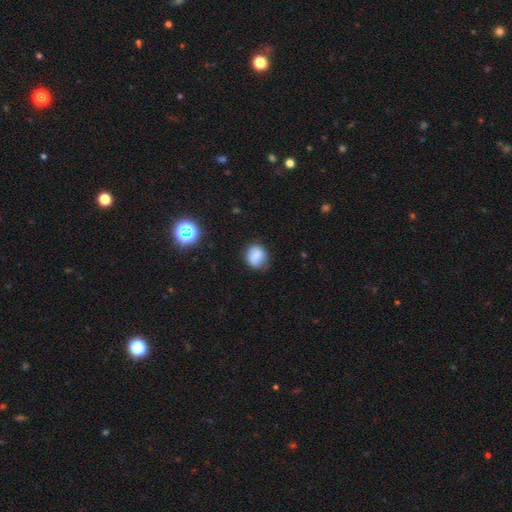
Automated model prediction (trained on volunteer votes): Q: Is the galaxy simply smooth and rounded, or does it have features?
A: smooth — 82%.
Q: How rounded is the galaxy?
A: round — 72%.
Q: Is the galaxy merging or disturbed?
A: none — 72%.